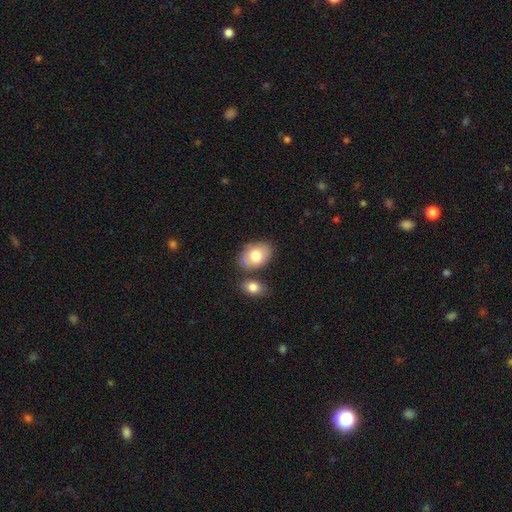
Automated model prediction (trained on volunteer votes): This appears to be a smooth galaxy with no disk features (77%) that is in between round and cigar-shaped (82%). Merging: none (64%).